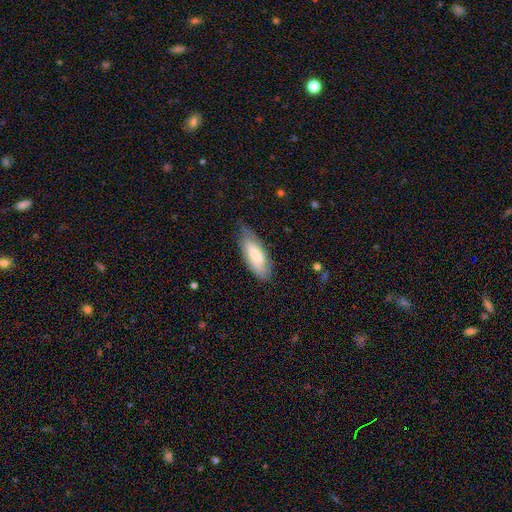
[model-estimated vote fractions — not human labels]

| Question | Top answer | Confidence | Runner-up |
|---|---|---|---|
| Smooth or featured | smooth | 67% | featured or disk (27%) |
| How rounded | in between | 74% | cigar-shaped (24%) |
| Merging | none | 66% | minor disturbance (26%) |